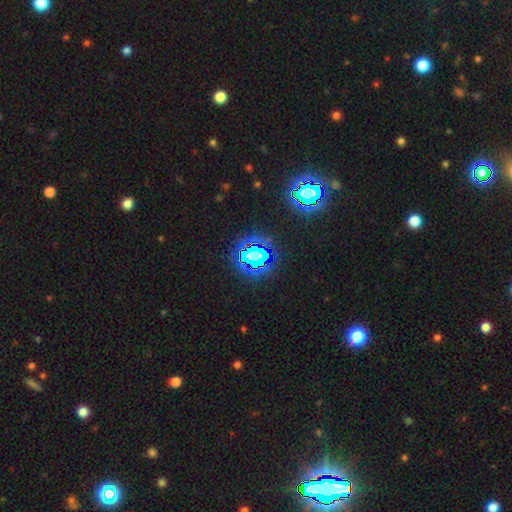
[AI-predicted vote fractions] Smooth or featured? Predicted: star or artifact (p=0.70).